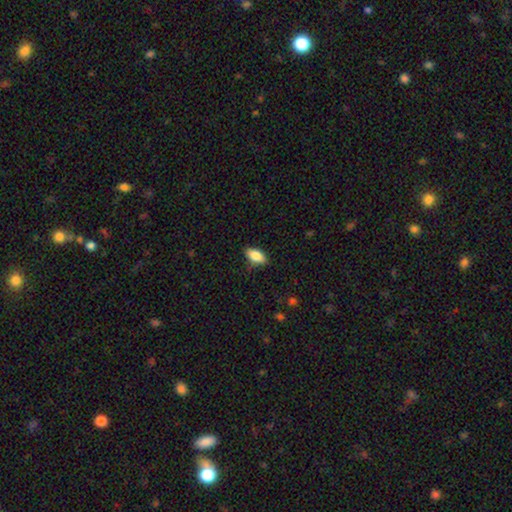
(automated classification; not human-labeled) Morphology: type=smooth (83%); roundness=in between (90%); merging=none (84%).